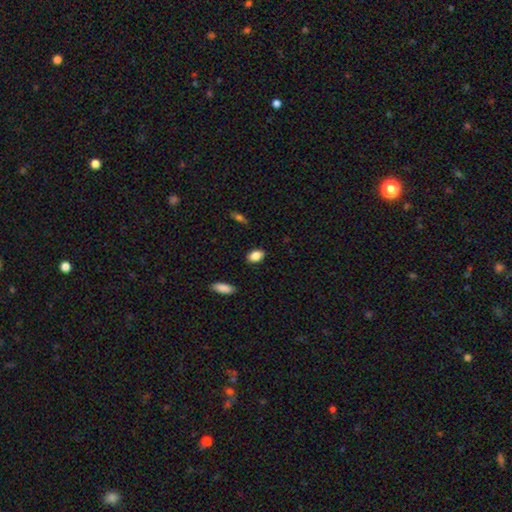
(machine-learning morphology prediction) This appears to be a smooth galaxy with no disk features (87%) that is in between round and cigar-shaped (86%). Merging: none (88%).